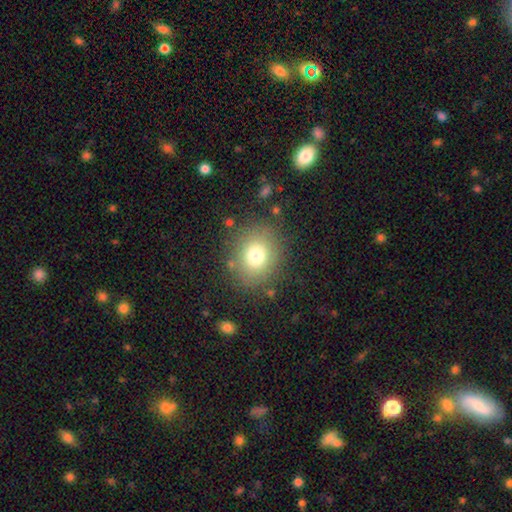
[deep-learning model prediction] This is likely a smooth galaxy (75%). How rounded: likely round (71%). Merging: clearly none (82%).